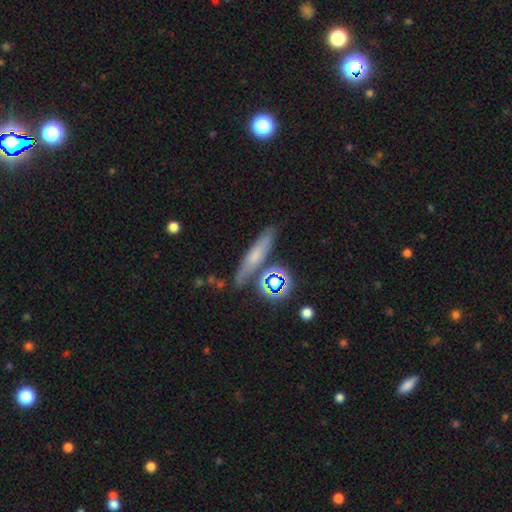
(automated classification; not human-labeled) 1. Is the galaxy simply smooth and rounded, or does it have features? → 53% smooth, 29% featured or disk, 18% star or artifact.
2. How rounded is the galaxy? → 74% cigar-shaped, 16% in between, 10% round.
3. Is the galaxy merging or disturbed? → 76% none, 13% minor disturbance, 7% merger, 4% major disturbance.